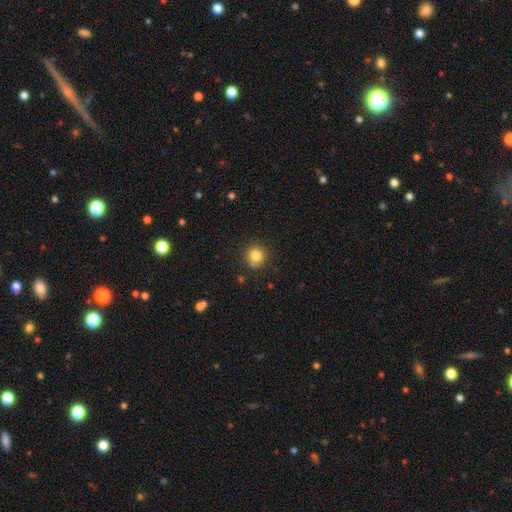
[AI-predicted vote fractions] smooth-or-featured: smooth: 82% | star or artifact: 12% | featured or disk: 7%
  how-rounded: round: 92% | in between: 7% | cigar-shaped: 1%
  merging: none: 82% | minor disturbance: 12% | merger: 3% | major disturbance: 3%